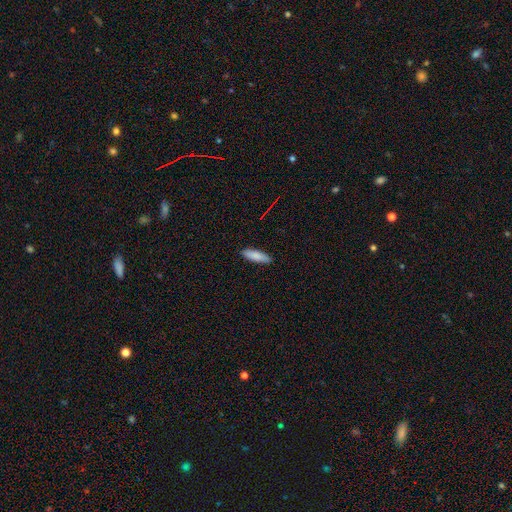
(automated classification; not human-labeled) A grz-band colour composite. It shows a smooth galaxy with no disk features (86%) that is cigar-shaped (59%). Merging: none (89%).